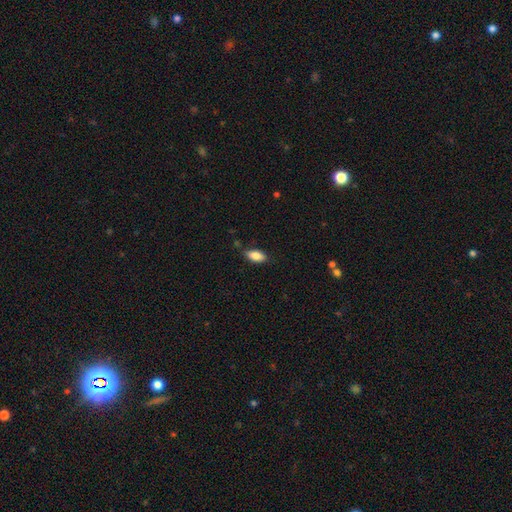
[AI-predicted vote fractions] Morphology: type=smooth (84%); roundness=in between (88%); merging=none (79%).